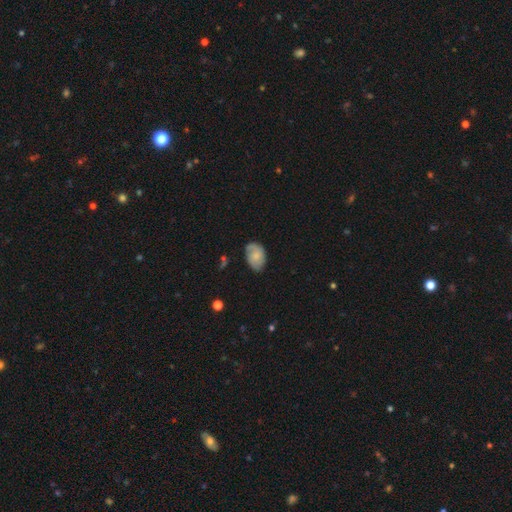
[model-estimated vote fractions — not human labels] This is possibly a smooth galaxy (51%). How rounded: clearly in between (84%). Merging: likely none (69%).